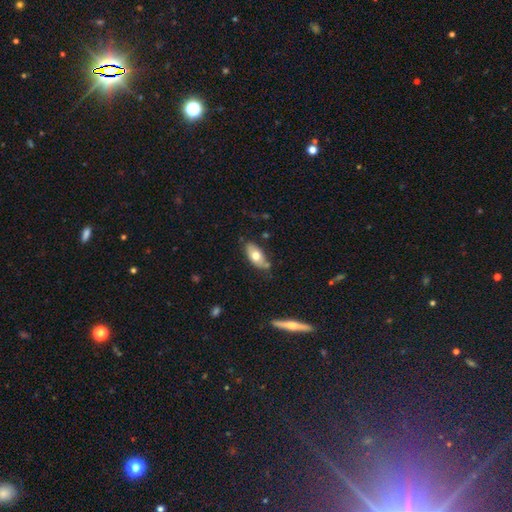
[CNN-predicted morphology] This appears to be a smooth galaxy with no disk features (68%) that is in between round and cigar-shaped (88%). Merging: none (70%).